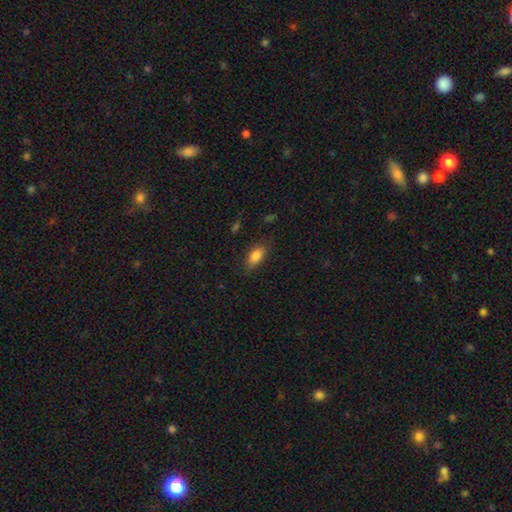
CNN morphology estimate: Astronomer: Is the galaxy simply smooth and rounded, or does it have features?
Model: smooth — 84%.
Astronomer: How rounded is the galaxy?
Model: in between — 87%.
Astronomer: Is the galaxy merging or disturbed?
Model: none — 79%.